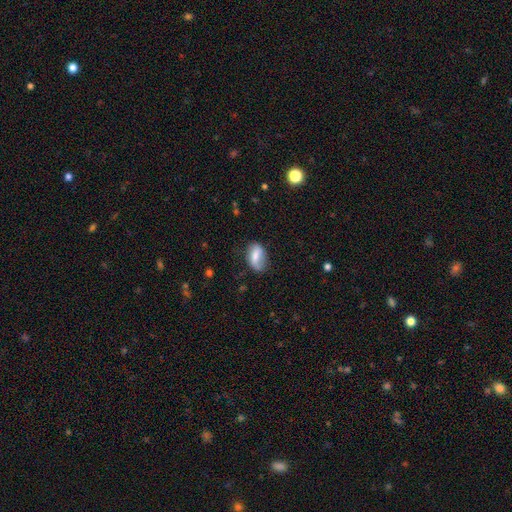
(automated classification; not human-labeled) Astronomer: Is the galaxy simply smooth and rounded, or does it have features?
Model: smooth — 64%.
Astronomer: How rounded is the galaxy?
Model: in between — 89%.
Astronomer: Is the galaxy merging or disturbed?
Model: none — 62%.